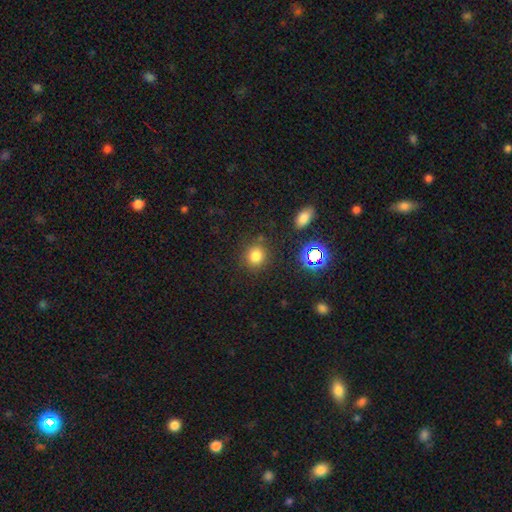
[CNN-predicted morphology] Overall: smooth (76%). How rounded: round (84%). Merging: none (83%).